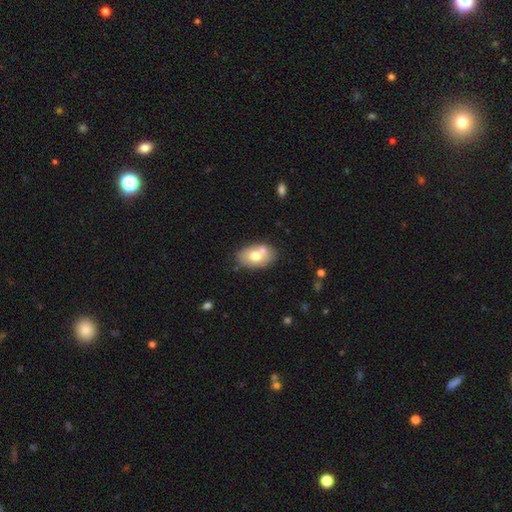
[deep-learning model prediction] A smooth galaxy with no disk features (66%) that is in between round and cigar-shaped (88%). Merging: none (62%).